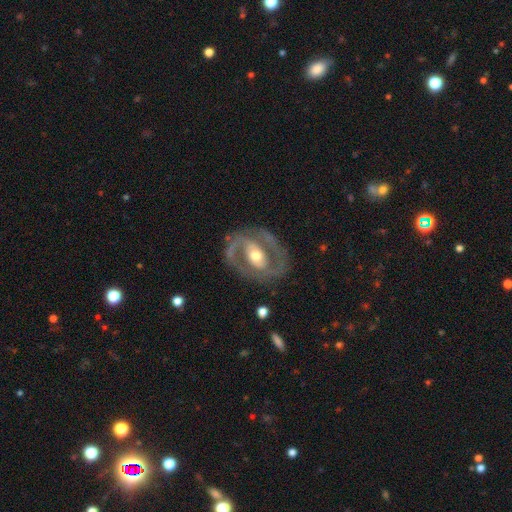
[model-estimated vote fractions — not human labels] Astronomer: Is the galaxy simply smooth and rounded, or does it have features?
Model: featured or disk — 84%.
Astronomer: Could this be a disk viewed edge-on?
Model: no — 96%.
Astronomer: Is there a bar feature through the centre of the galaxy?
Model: weak — 36% (runner-up: no, 35%).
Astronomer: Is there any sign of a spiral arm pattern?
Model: yes — 81%.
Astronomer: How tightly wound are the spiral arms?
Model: medium — 50% (runner-up: tight, 33%).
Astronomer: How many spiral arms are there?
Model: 2 — 87%.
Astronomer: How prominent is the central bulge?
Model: moderate — 70%.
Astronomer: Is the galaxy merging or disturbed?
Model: none — 78%.